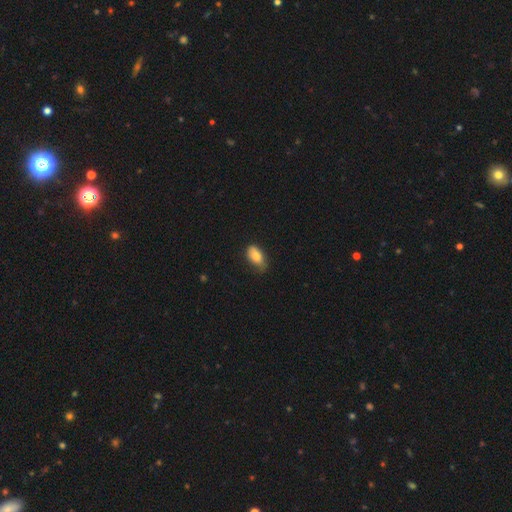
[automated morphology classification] smooth 83%, featured or disk 10%, star or artifact 7%. Down the decision tree: how rounded — in between (91%); merging — none (61%).